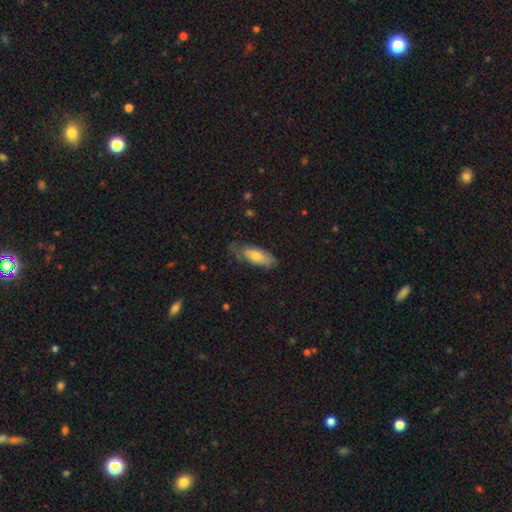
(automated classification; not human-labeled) smooth 66%, featured or disk 28%, star or artifact 7%. Down the decision tree: how rounded — in between (68%); merging — none (61%).